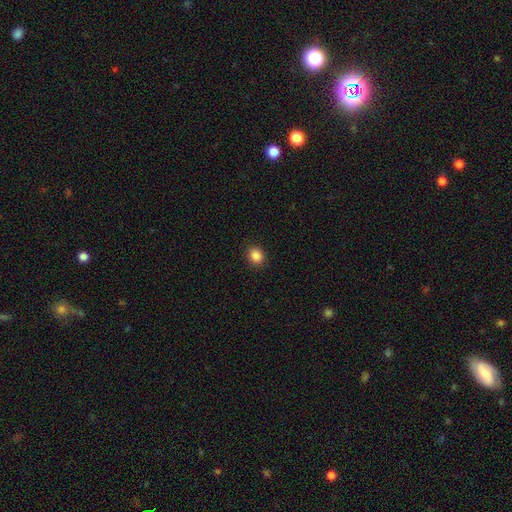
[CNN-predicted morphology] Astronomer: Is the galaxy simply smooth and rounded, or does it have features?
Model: smooth — 86%.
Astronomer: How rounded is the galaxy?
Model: round — 66%.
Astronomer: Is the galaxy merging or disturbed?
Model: none — 91%.